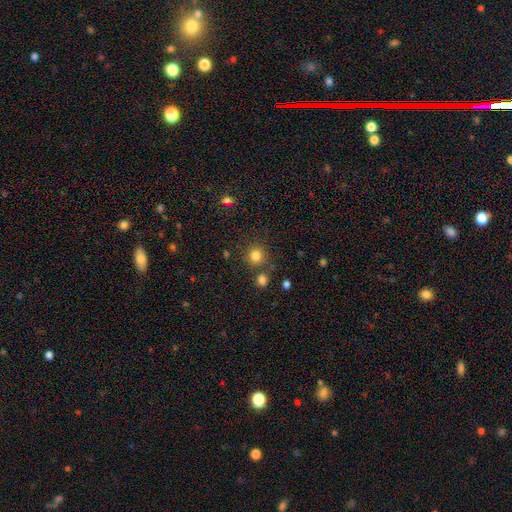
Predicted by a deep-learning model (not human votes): Morphology: type=smooth (82%); roundness=round (91%); merging=none (78%).